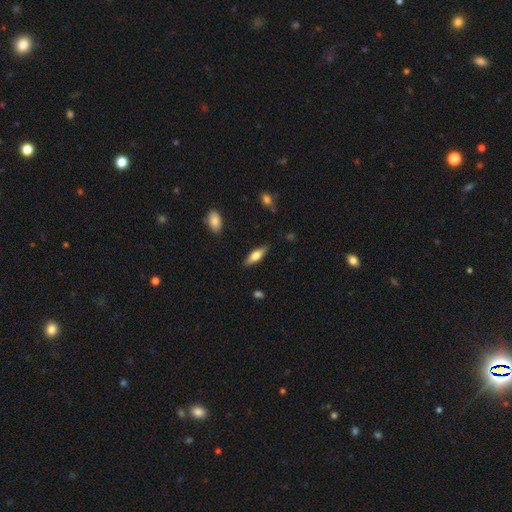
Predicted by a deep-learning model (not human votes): Smooth or featured?
  - smooth: 59% *
  - featured or disk: 35%
  - star or artifact: 6%
How rounded?
  - in between: 55% *
  - cigar-shaped: 43%
  - round: 2%
Merging?
  - none: 86% *
  - minor disturbance: 10%
  - major disturbance: 2%
  - merger: 1%